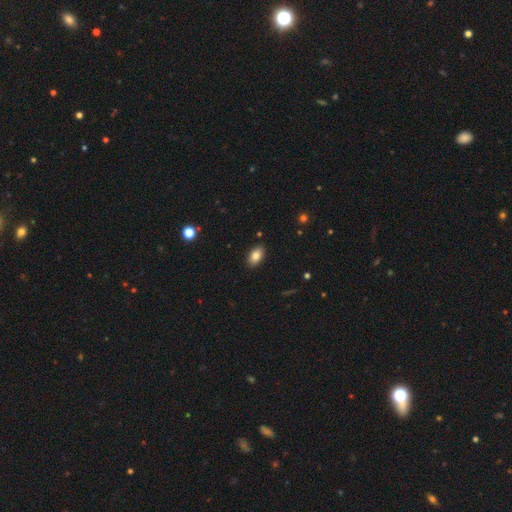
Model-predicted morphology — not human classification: This is clearly a smooth galaxy (82%). How rounded: clearly in between (92%). Merging: clearly none (89%).